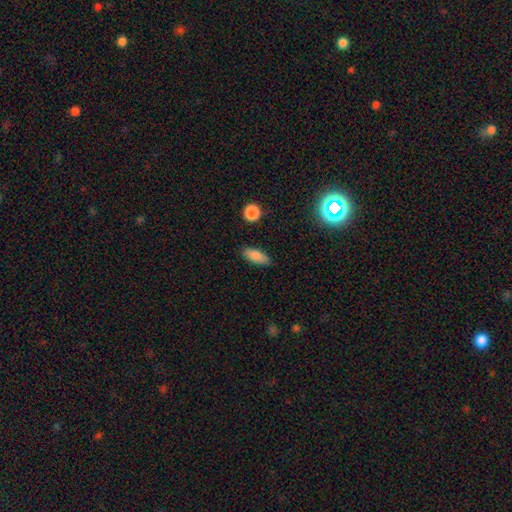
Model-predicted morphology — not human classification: The model was most divided on "how rounded": in between: 76%, cigar-shaped: 20%, round: 3%. More confident: merging — none (86%); smooth or featured — smooth (84%).